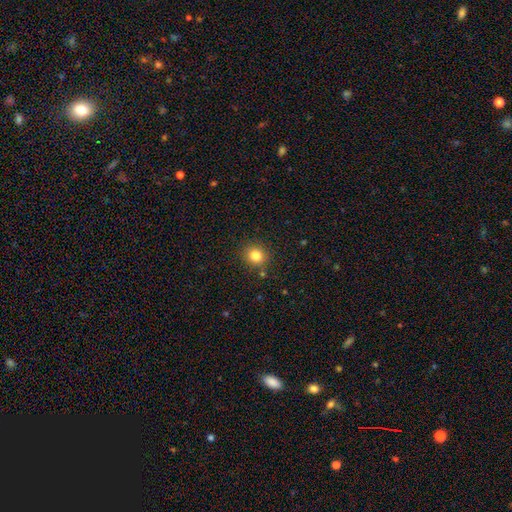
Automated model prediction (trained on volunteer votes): Smooth or featured: smooth — 82% (star or artifact — 12%)
How rounded: round — 84% (in between — 15%)
Merging: none — 86% (minor disturbance — 9%)